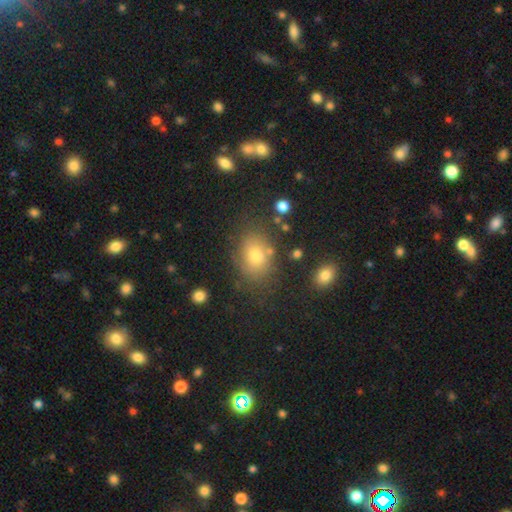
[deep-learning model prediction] Smooth or featured? Predicted: smooth (p=0.74). How rounded? Predicted: in between (p=0.69). Merging? Predicted: none (p=0.73).